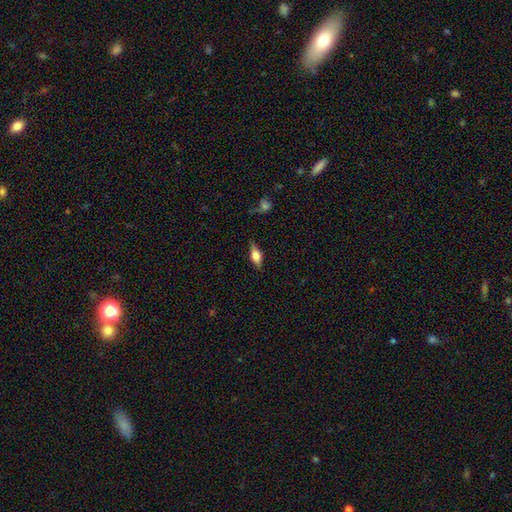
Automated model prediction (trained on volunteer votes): smooth-or-featured: smooth: 54% | featured or disk: 38% | star or artifact: 8%
  how-rounded: in between: 73% | cigar-shaped: 21% | round: 5%
  merging: none: 79% | minor disturbance: 15% | major disturbance: 4% | merger: 2%